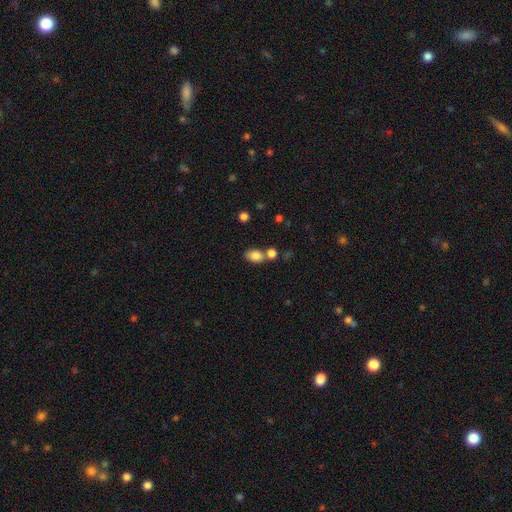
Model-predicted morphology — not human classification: Q: Smooth or featured?
A: smooth (83%); runner-up: star or artifact (9%)
Q: How rounded?
A: in between (78%); runner-up: round (20%)
Q: Merging?
A: none (55%); runner-up: merger (30%)